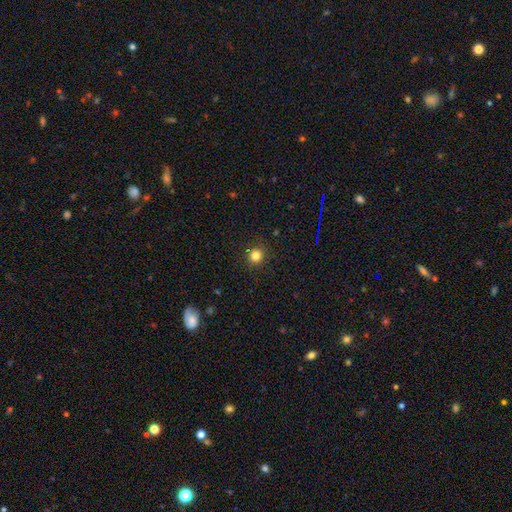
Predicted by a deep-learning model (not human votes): This is clearly a smooth galaxy (82%). How rounded: clearly round (90%). Merging: clearly none (90%).